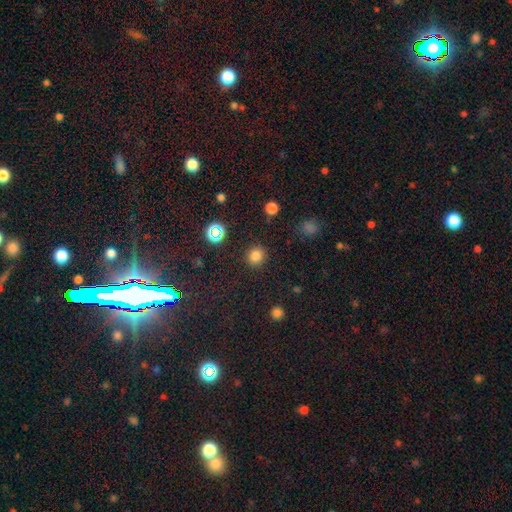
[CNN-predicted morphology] A smooth galaxy with no disk features (80%) that is round (91%). Merging: none (90%).